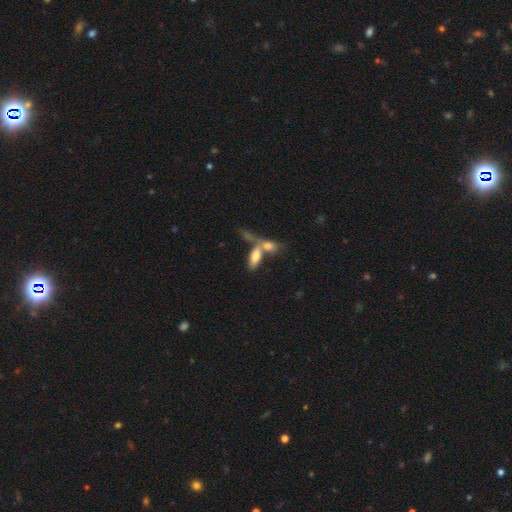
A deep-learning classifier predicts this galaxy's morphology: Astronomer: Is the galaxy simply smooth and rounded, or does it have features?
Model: smooth — 72%.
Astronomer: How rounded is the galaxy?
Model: in between — 78%.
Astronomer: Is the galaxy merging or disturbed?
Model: merger — 60%.